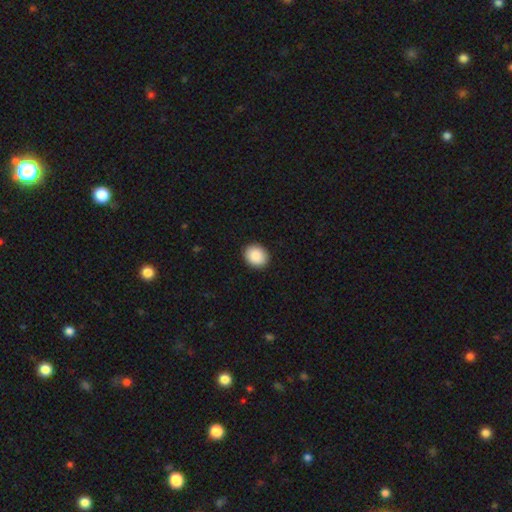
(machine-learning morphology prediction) A smooth galaxy with no disk features (88%) that is round (59%). Merging: none (91%).